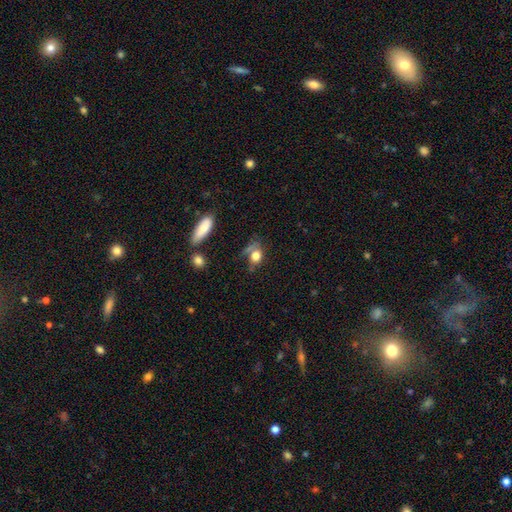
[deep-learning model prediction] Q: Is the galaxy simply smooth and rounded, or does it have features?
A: smooth — 75%.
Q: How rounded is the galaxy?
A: in between — 60%.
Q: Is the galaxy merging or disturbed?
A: none — 39%.